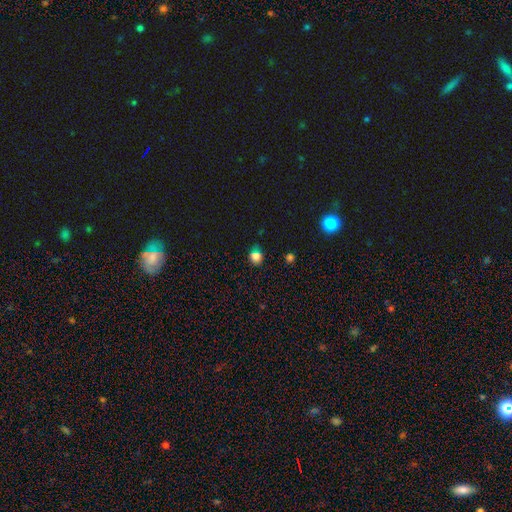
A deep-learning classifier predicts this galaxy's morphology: smooth_or_featured: smooth (p=0.73) [alt: star or artifact p=0.22]
how_rounded: round (p=0.75) [alt: in between p=0.24]
merging: none (p=0.76) [alt: minor disturbance p=0.15]